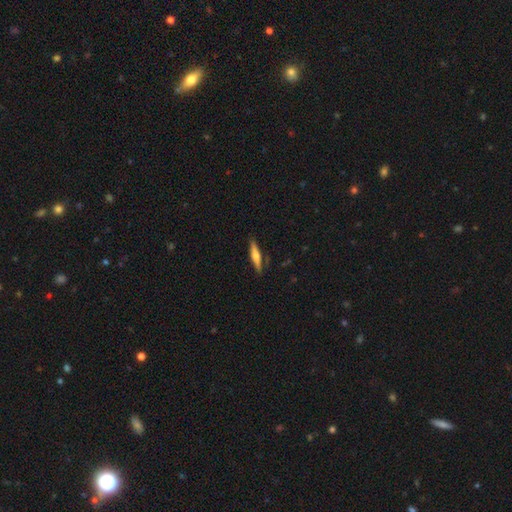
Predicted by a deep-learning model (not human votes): A featured or disk galaxy (51%) viewed edge-on (95%).

Vote fractions:
- Smooth or featured? featured or disk: 51% / smooth: 43% / star or artifact: 6%
- Edge-on disk? yes: 95% / no: 5%
- Merging? none: 86% / minor disturbance: 10% / major disturbance: 2% / merger: 2%